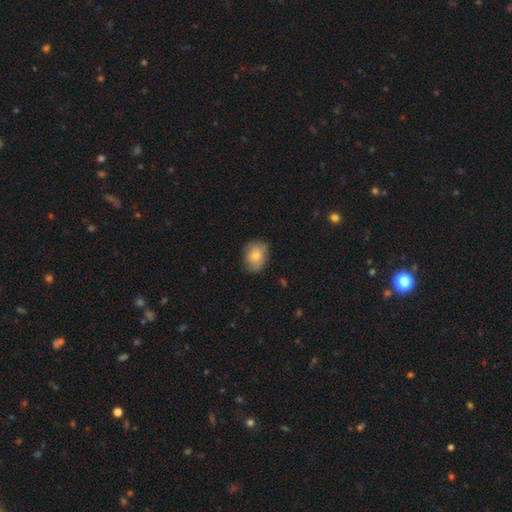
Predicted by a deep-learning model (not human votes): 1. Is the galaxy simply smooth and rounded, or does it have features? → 72% smooth, 21% featured or disk, 7% star or artifact.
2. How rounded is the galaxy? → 51% in between, 48% round, 1% cigar-shaped.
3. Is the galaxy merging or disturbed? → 72% none, 22% minor disturbance, 4% major disturbance, 1% merger.